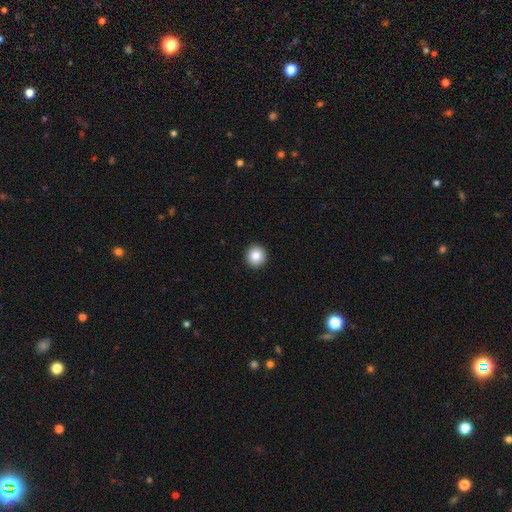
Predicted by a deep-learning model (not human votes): A smooth galaxy with no disk features (85%) that is round (94%). Merging: none (93%).